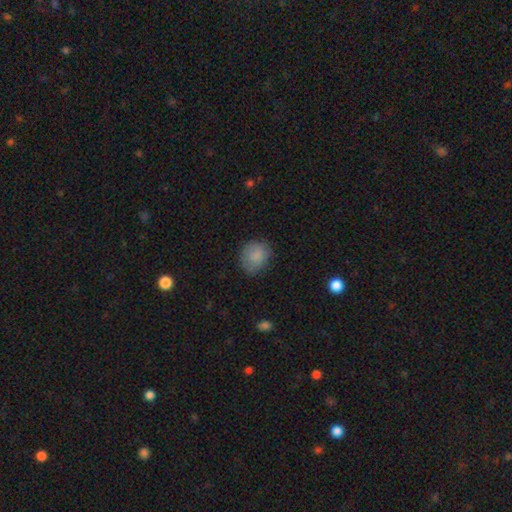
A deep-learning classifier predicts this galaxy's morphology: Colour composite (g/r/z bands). It shows a smooth galaxy with no disk features (84%) that is round (69%). Merging: none (72%).